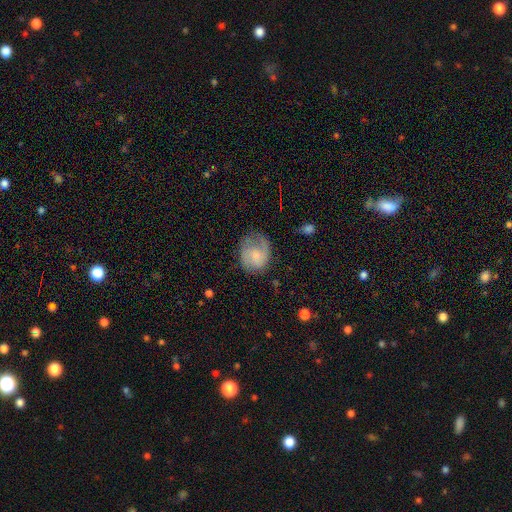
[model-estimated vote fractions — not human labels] smooth-or-featured: featured or disk: 59% | smooth: 34% | star or artifact: 7%
  disk-edge-on: no: 98% | yes: 2%
    bar: no: 64% | weak: 31% | strong: 5%
    has-spiral-arms: yes: 86% | no: 14%
    bulge-size: small: 59% | moderate: 30% | none: 8% | large: 2% | dominant: 1%
  merging: none: 54% | minor disturbance: 26% | major disturbance: 18% | merger: 2%